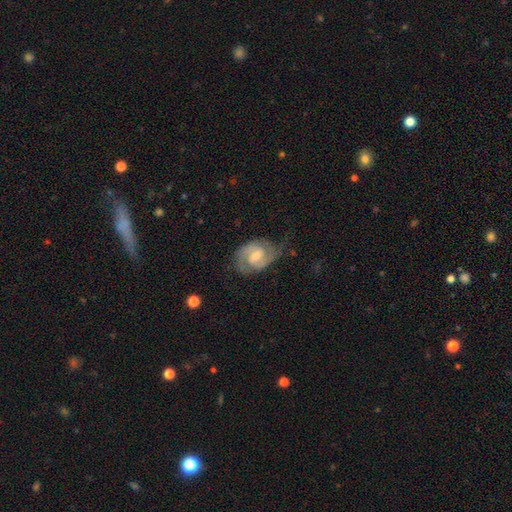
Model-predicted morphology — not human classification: A featured or disk galaxy (80%) with a weak bar (56%), 2 (86%) medium (50%) spiral arms (94%) and a moderate central bulge (51%).

Vote fractions:
- Smooth or featured? featured or disk: 80% / smooth: 15% / star or artifact: 5%
- Edge-on disk? no: 97% / yes: 3%
- Bar? weak: 56% / no: 28% / strong: 16%
- Spiral arms? yes: 94% / no: 6%
- Spiral winding? medium: 50% / tight: 36% / loose: 14%
- Spiral arm count? 2: 86% / can't tell: 7% / 1: 2% / 3: 2% / 4: 1% / more than 4: 1%
- Bulge size? moderate: 51% / small: 41% / large: 4% / none: 3% / dominant: 1%
- Merging? none: 63% / minor disturbance: 24% / major disturbance: 12% / merger: 2%